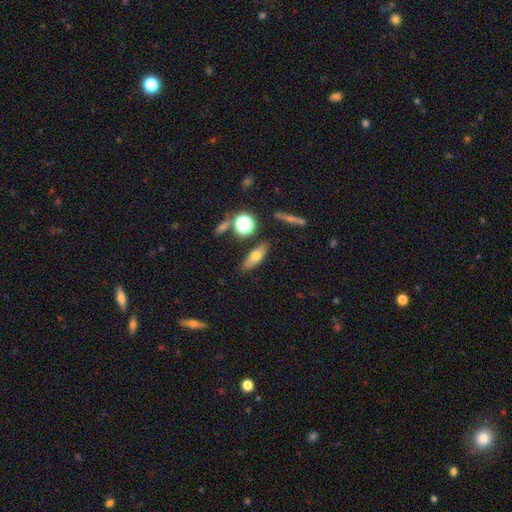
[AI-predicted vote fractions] The model was most divided on "how rounded": in between: 59%, cigar-shaped: 34%, round: 7%. More confident: merging — none (82%); smooth or featured — smooth (63%).